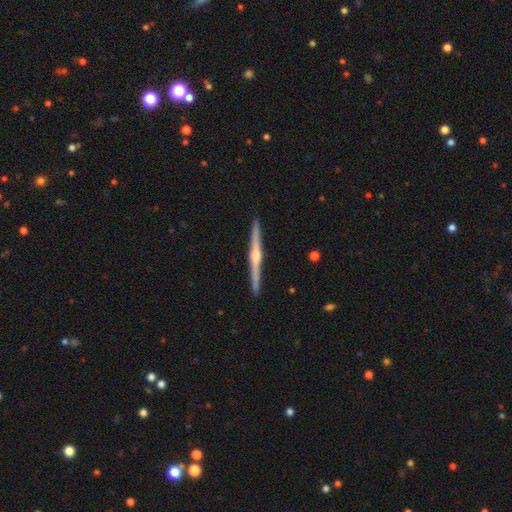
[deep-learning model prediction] smooth-or-featured: featured or disk: 82% | smooth: 14% | star or artifact: 5%
  disk-edge-on: yes: 99% | no: 1%
    edge-on-bulge: rounded: 85% | boxy: 8% | none: 7%
  merging: none: 93% | minor disturbance: 5% | major disturbance: 1% | merger: 1%